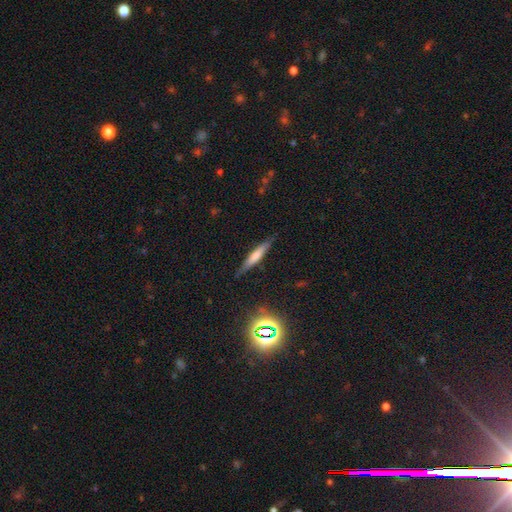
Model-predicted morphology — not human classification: The model was most divided on "smooth or featured": smooth: 55%, featured or disk: 33%, star or artifact: 11%. More confident: how rounded — cigar-shaped (89%); merging — none (84%).